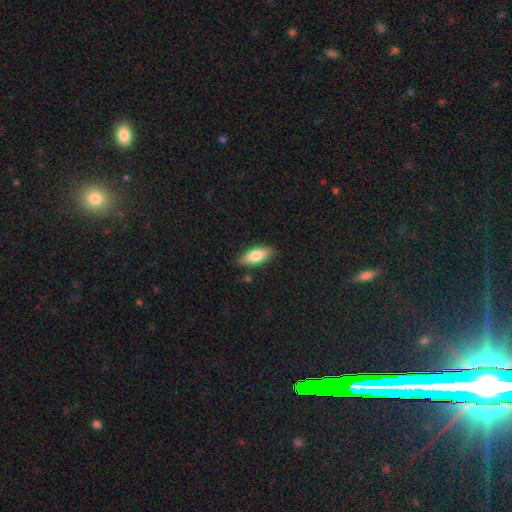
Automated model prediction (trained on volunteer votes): smooth-or-featured: smooth: 73% | featured or disk: 20% | star or artifact: 7%
  how-rounded: in between: 74% | cigar-shaped: 23% | round: 3%
  merging: none: 83% | minor disturbance: 13% | major disturbance: 2% | merger: 2%